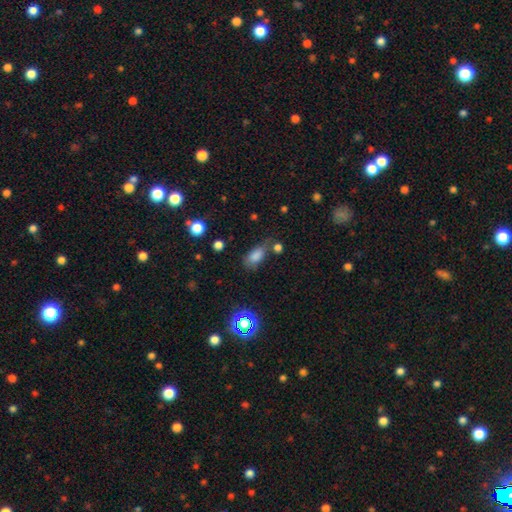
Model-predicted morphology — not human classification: The model was most divided on "merging": none: 54%, minor disturbance: 26%, major disturbance: 11%, merger: 10%. More confident: how rounded — in between (86%); smooth or featured — smooth (79%).